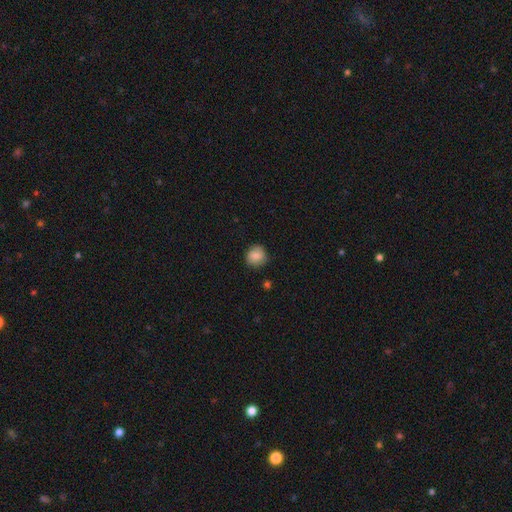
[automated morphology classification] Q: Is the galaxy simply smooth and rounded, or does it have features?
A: smooth — 82%.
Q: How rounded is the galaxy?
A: round — 87%.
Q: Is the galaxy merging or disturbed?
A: none — 82%.